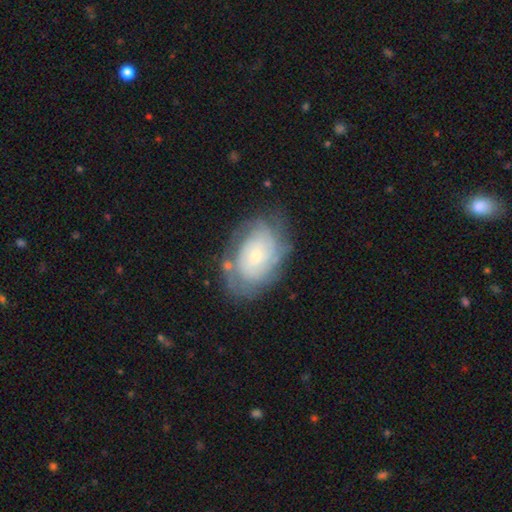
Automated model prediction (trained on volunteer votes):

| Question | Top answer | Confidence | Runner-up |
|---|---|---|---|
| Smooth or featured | featured or disk | 70% | smooth (23%) |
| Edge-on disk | no | 96% | yes (4%) |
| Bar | no | 75% | weak (22%) |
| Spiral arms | yes | 89% | no (11%) |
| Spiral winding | tight | 67% | medium (25%) |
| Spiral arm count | can't tell | 50% | 2 (18%) |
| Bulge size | small | 61% | moderate (28%) |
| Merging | none | 68% | minor disturbance (21%) |